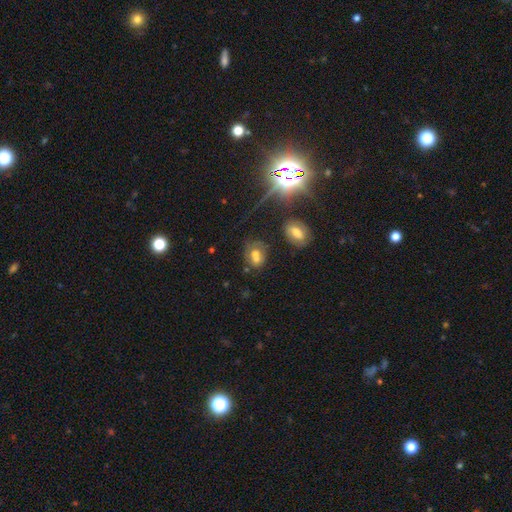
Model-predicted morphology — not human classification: Smooth or featured: smooth — 54% (featured or disk — 27%)
How rounded: in between — 65% (round — 33%)
Merging: none — 44% (merger — 25%)